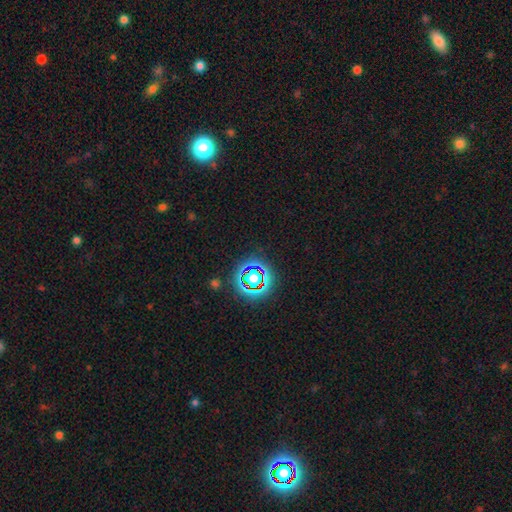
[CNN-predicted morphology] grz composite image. It shows a star or artifact, not a galaxy (74%).